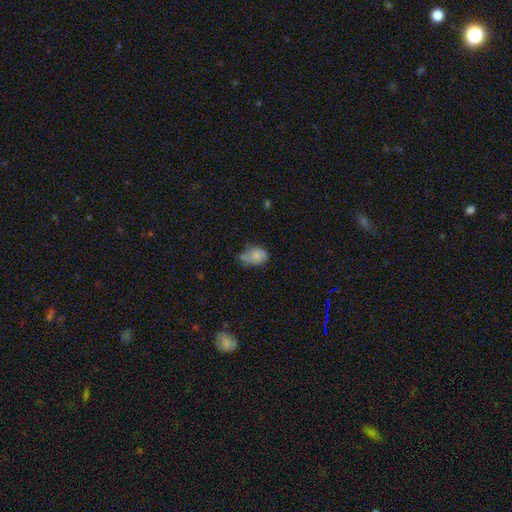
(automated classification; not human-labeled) This appears to be a smooth galaxy with no disk features (69%) that is in between round and cigar-shaped (71%). Merging: minor disturbance (36%).